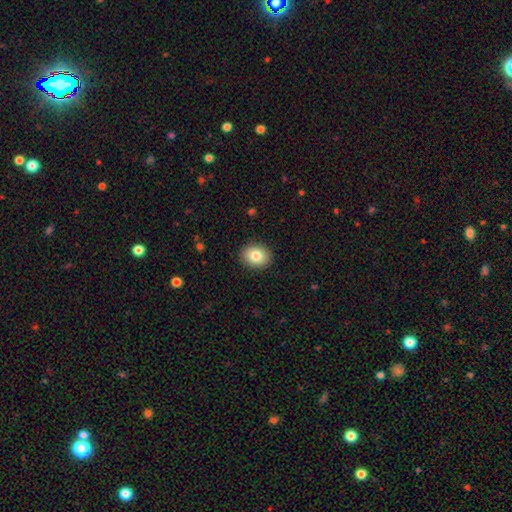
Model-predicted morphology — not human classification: Q: Smooth or featured?
A: smooth (82%); runner-up: featured or disk (9%)
Q: How rounded?
A: round (53%); runner-up: in between (46%)
Q: Merging?
A: none (90%); runner-up: minor disturbance (7%)